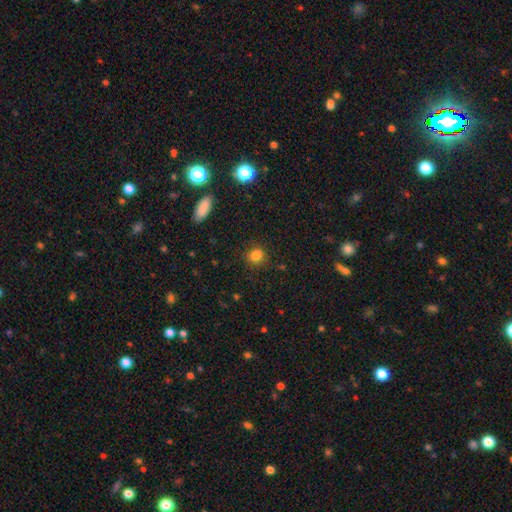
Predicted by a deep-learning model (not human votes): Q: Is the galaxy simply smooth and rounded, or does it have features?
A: smooth — 81%.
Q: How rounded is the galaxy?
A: round — 76%.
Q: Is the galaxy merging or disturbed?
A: none — 82%.